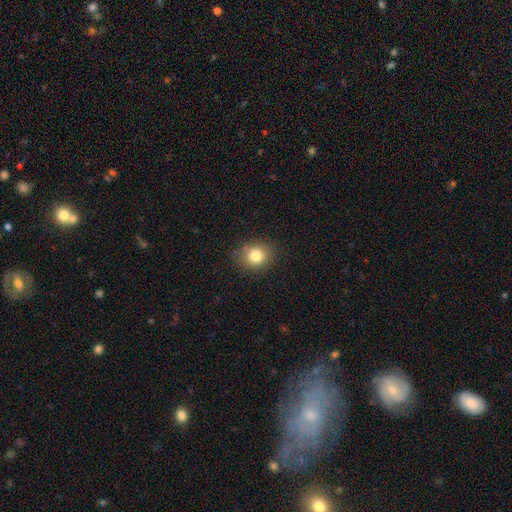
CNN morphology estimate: smooth 81%, star or artifact 11%, featured or disk 8%. Down the decision tree: how rounded — round (64%); merging — none (82%).